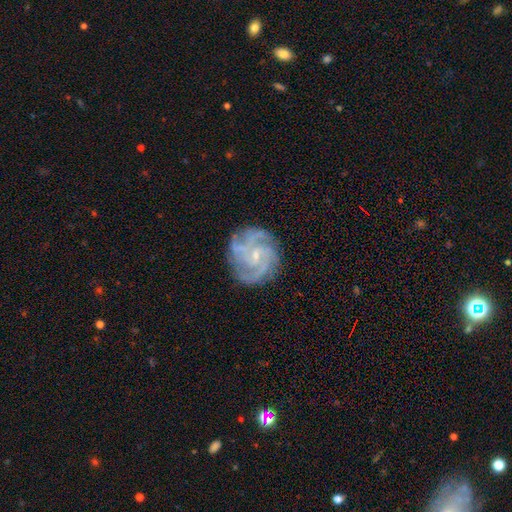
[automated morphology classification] This appears to be a featured or disk galaxy (87%) with no bar (58%), 4 (32%) tight (55%) spiral arms (97%) and a small central bulge (76%). Merging: none (78%).